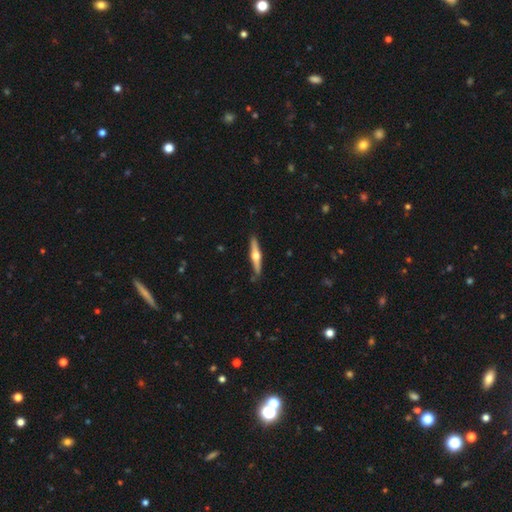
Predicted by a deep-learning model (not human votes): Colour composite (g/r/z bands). It shows a featured or disk galaxy (67%) viewed edge-on (97%) with a rounded central bulge (95%). Merging: none (88%).